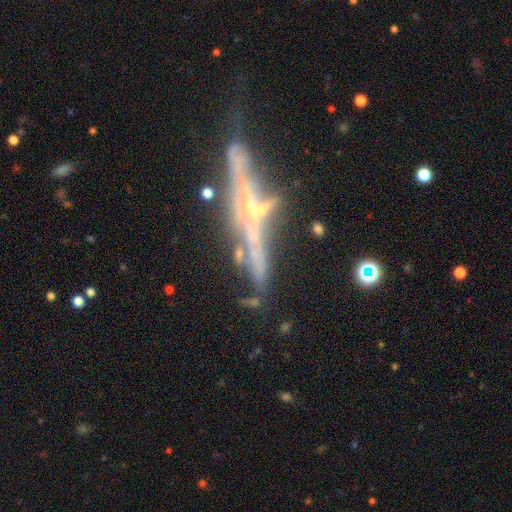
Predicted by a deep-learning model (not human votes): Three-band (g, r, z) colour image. It shows a featured or disk galaxy (68%) viewed edge-on (84%) with no central bulge (49%). Merging: none (55%).